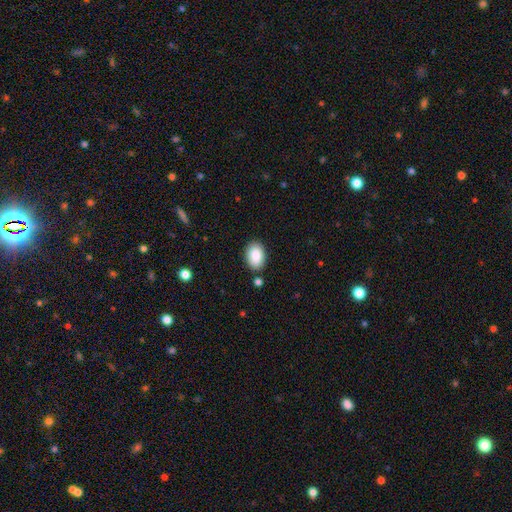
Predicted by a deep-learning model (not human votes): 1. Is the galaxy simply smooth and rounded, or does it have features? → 88% smooth, 7% star or artifact, 5% featured or disk.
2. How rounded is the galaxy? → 88% in between, 11% round, 1% cigar-shaped.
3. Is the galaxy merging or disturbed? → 84% none, 10% minor disturbance, 3% merger, 2% major disturbance.